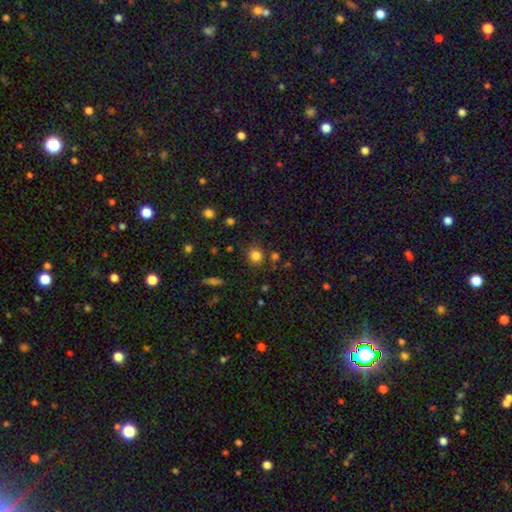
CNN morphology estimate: A smooth galaxy with no disk features (82%) that is round (84%). Merging: none (81%).